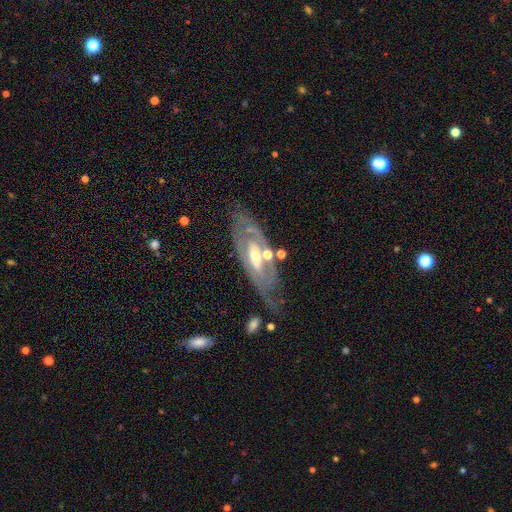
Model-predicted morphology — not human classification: type=featured or disk (79%); edge-on=no (85%); bar=no (49%); spiral arms=yes (63%); bulge=moderate (57%); merging=none (60%).